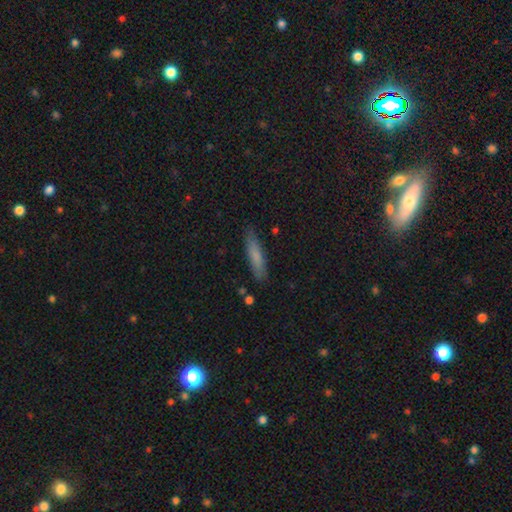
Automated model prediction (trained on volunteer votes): This appears to be a smooth galaxy with no disk features (74%) that is cigar-shaped (83%). Merging: none (84%).